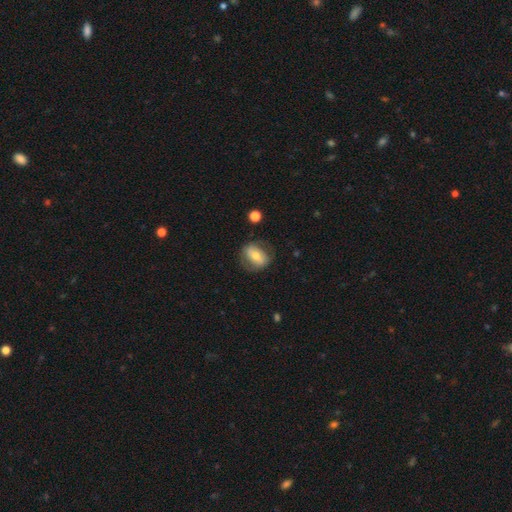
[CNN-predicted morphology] Smooth or featured?
  - smooth: 55% *
  - featured or disk: 37%
  - star or artifact: 8%
How rounded?
  - in between: 69% *
  - round: 28%
  - cigar-shaped: 2%
Merging?
  - none: 71% *
  - minor disturbance: 18%
  - major disturbance: 9%
  - merger: 2%